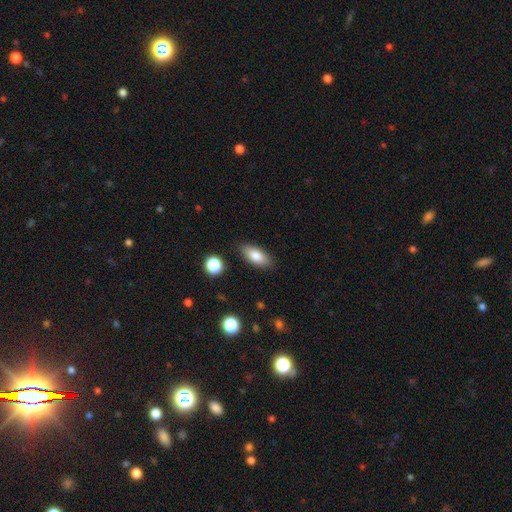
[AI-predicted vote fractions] Smooth or featured? smooth (81%)
How rounded? in between (83%)
Merging? none (86%)